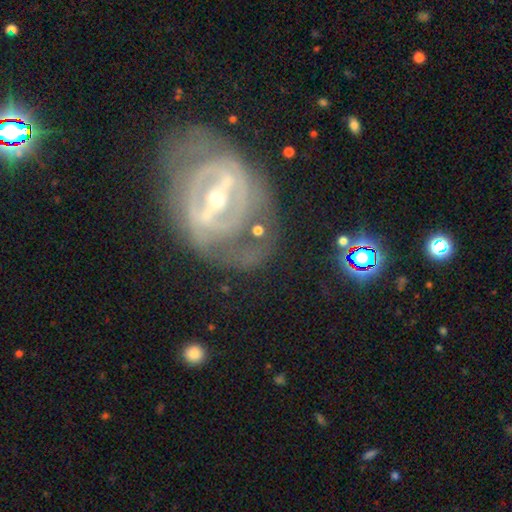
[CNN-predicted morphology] A featured or disk galaxy (86%) with a strong bar (74%), 2 (42%) tight (56%) spiral arms (75%) and a small central bulge (61%). Merging: none (57%).